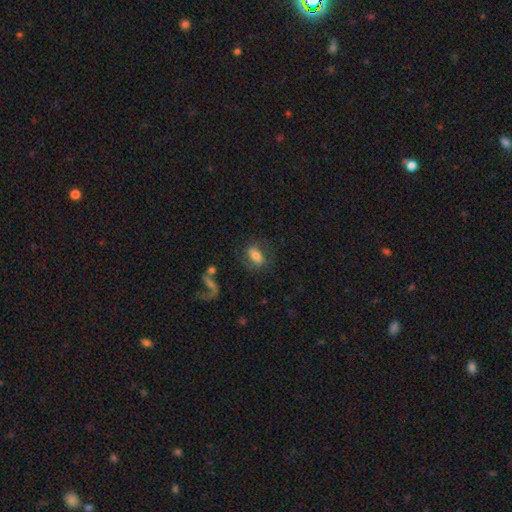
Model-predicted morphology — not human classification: Q: Smooth or featured?
A: smooth (59%); runner-up: featured or disk (32%)
Q: How rounded?
A: in between (83%); runner-up: round (13%)
Q: Merging?
A: none (62%); runner-up: major disturbance (17%)